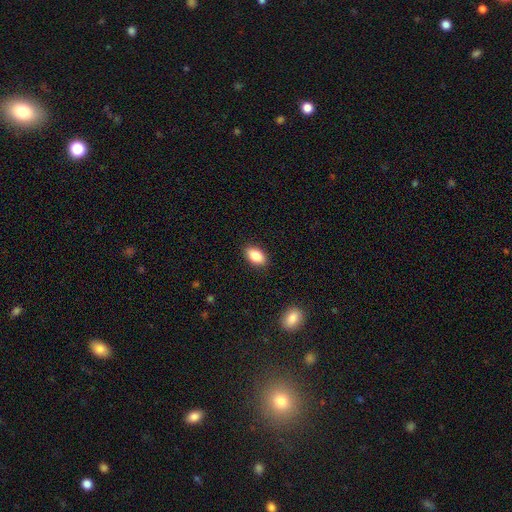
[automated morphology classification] Smooth or featured? smooth (84%)
How rounded? in between (90%)
Merging? none (88%)